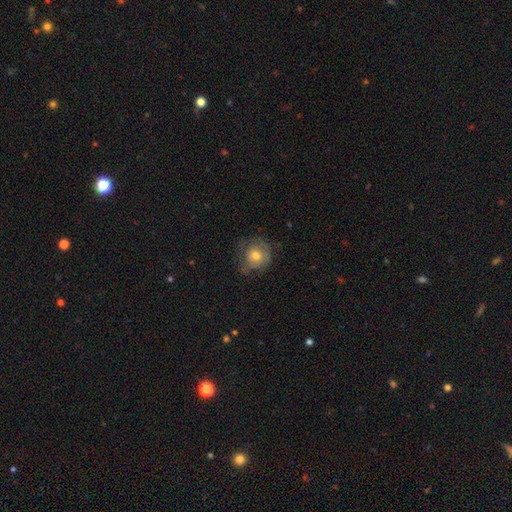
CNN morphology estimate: A smooth galaxy with no disk features (58%) that is round (84%).

Vote fractions:
- Smooth or featured? smooth: 58% / featured or disk: 33% / star or artifact: 8%
- How rounded? round: 84% / in between: 15% / cigar-shaped: 1%
- Merging? none: 57% / minor disturbance: 27% / major disturbance: 14% / merger: 1%